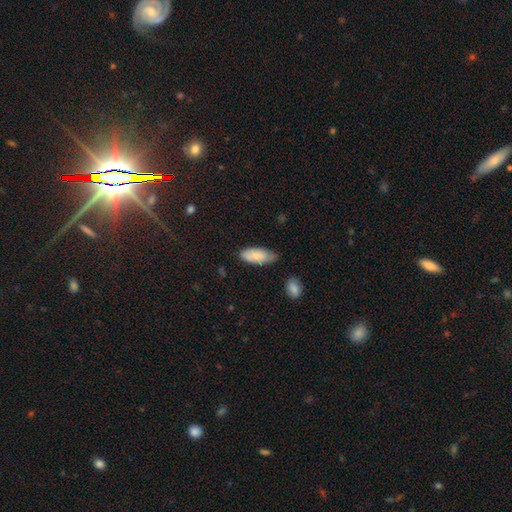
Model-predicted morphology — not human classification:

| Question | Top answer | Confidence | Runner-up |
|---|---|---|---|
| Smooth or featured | smooth | 84% | featured or disk (10%) |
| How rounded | in between | 85% | cigar-shaped (14%) |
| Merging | none | 64% | minor disturbance (29%) |